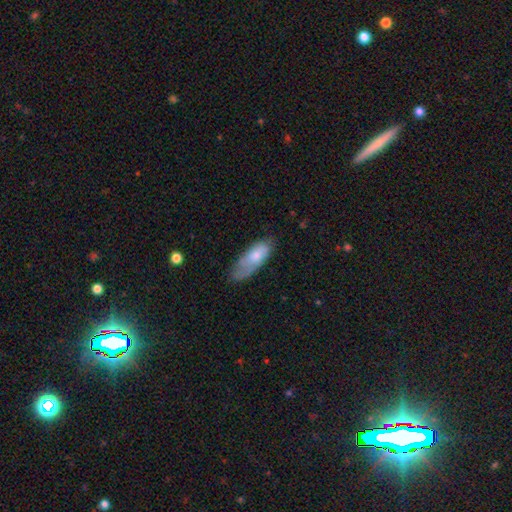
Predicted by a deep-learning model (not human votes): This appears to be a smooth galaxy with no disk features (70%) that is in between round and cigar-shaped (74%). Merging: none (47%).